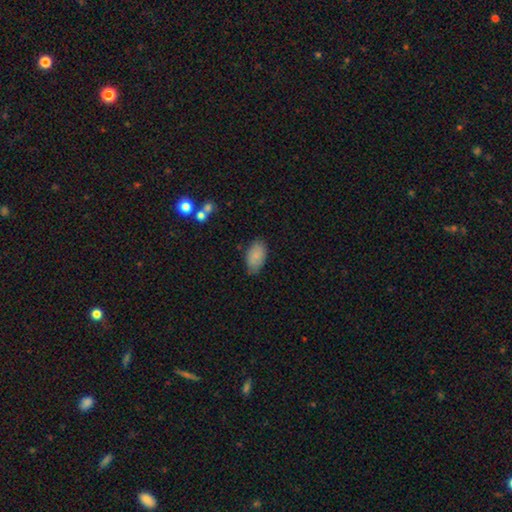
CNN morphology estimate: Smooth or featured?
  - smooth: 86% *
  - star or artifact: 7%
  - featured or disk: 7%
How rounded?
  - in between: 94% *
  - round: 5%
  - cigar-shaped: 2%
Merging?
  - none: 77% *
  - minor disturbance: 18%
  - major disturbance: 3%
  - merger: 2%